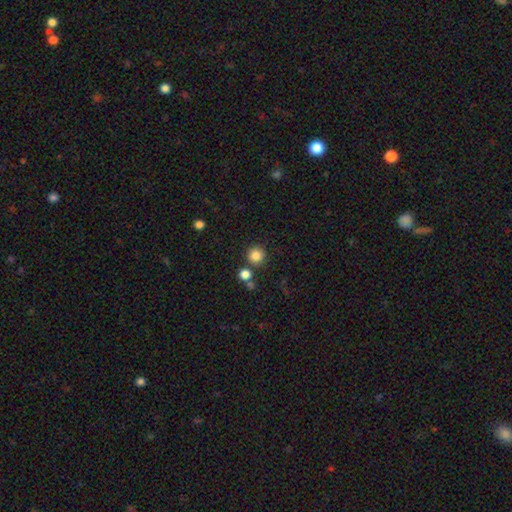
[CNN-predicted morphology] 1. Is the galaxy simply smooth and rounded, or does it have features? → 85% smooth, 11% star or artifact, 4% featured or disk.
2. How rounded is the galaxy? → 94% round, 5% in between, 1% cigar-shaped.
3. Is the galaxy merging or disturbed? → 82% none, 8% merger, 7% minor disturbance, 3% major disturbance.